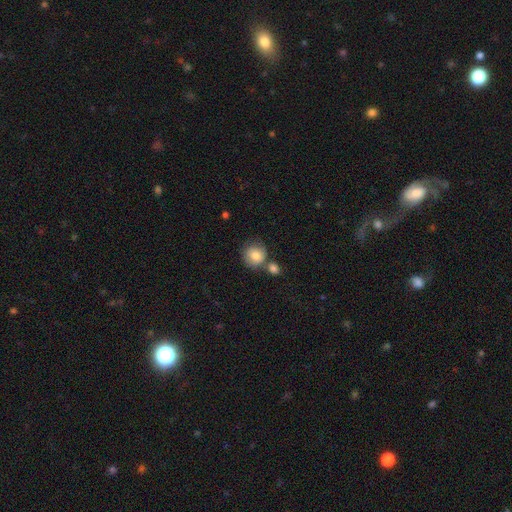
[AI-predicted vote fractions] This is clearly a smooth galaxy (81%). How rounded: clearly round (87%). Merging: possibly none (54%).